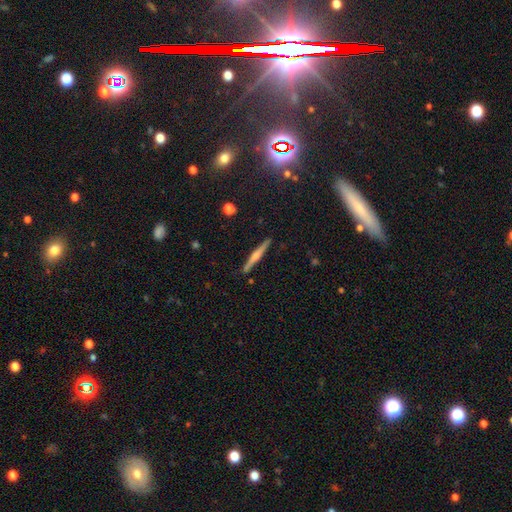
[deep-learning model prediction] This appears to be a featured or disk galaxy (60%) viewed edge-on (98%) with a rounded central bulge (65%). Merging: none (91%).